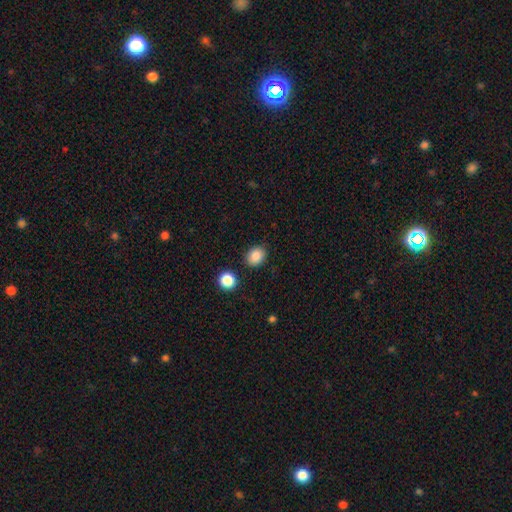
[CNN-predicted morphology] type=smooth (86%); roundness=round (51%); merging=none (85%).